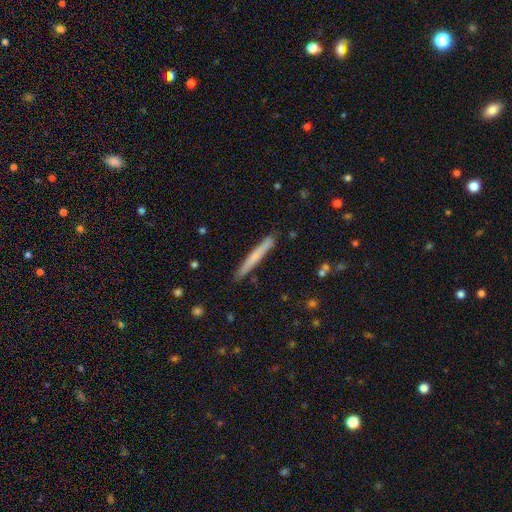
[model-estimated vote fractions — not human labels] Q: Smooth or featured?
A: smooth (62%); runner-up: featured or disk (33%)
Q: How rounded?
A: cigar-shaped (97%); runner-up: in between (2%)
Q: Merging?
A: none (89%); runner-up: minor disturbance (8%)